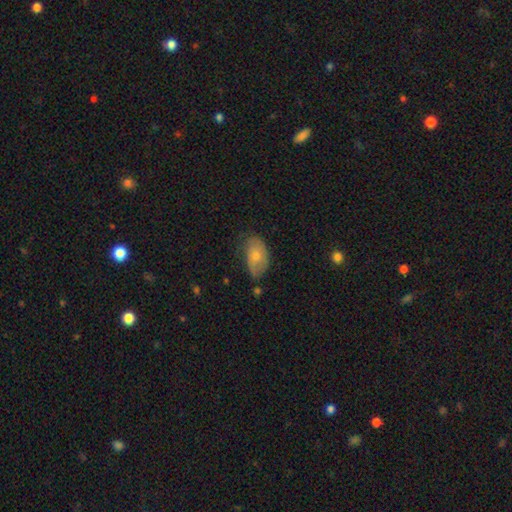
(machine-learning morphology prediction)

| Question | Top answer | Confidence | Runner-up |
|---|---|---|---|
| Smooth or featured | smooth | 62% | featured or disk (30%) |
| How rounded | in between | 89% | round (9%) |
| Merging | none | 57% | minor disturbance (32%) |